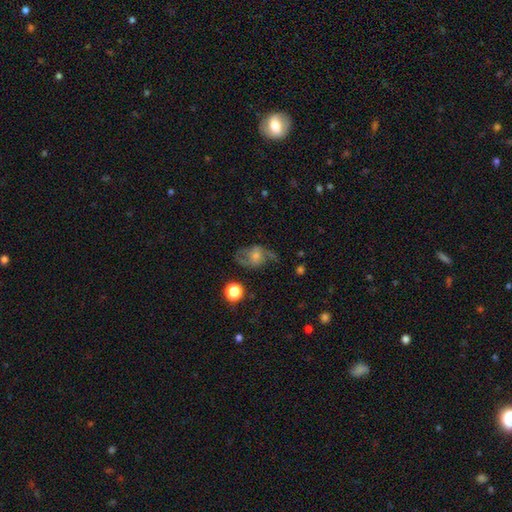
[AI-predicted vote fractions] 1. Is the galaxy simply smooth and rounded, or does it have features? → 49% featured or disk, 35% smooth, 15% star or artifact.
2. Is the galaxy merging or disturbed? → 50% none, 24% minor disturbance, 23% major disturbance, 3% merger.